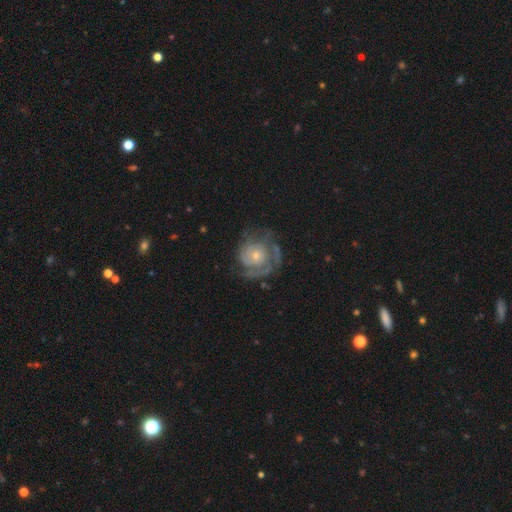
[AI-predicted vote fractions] Smooth or featured?
  - featured or disk: 81% *
  - smooth: 13%
  - star or artifact: 6%
Edge-on disk?
  - no: 98% *
  - yes: 2%
Bar?
  - no: 82% *
  - weak: 15%
  - strong: 3%
Spiral arms?
  - yes: 90% *
  - no: 10%
Spiral winding?
  - tight: 63% *
  - medium: 28%
  - loose: 10%
Spiral arm count?
  - 2: 31% *
  - can't tell: 30%
  - 3: 17%
  - 1: 10%
  - 4: 6%
  - more than 4: 5%
Bulge size?
  - small: 63% *
  - moderate: 32%
  - large: 3%
  - none: 2%
  - dominant: 1%
Merging?
  - none: 62% *
  - minor disturbance: 20%
  - major disturbance: 16%
  - merger: 2%